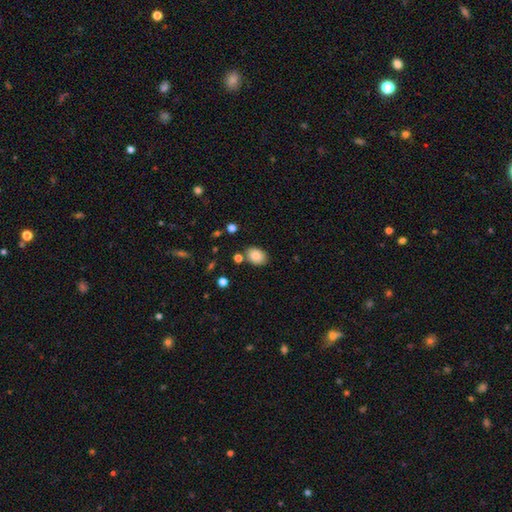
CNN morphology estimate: Q: Smooth or featured?
A: smooth (87%); runner-up: star or artifact (9%)
Q: How rounded?
A: in between (72%); runner-up: round (27%)
Q: Merging?
A: none (78%); runner-up: minor disturbance (13%)